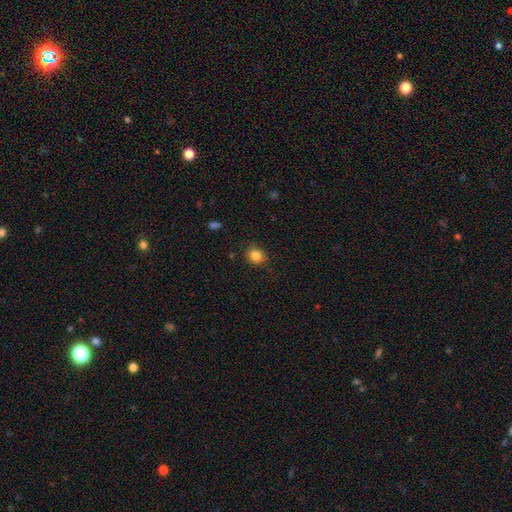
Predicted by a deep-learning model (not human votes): Q: Smooth or featured?
A: smooth (83%); runner-up: star or artifact (11%)
Q: How rounded?
A: round (77%); runner-up: in between (22%)
Q: Merging?
A: none (83%); runner-up: minor disturbance (13%)